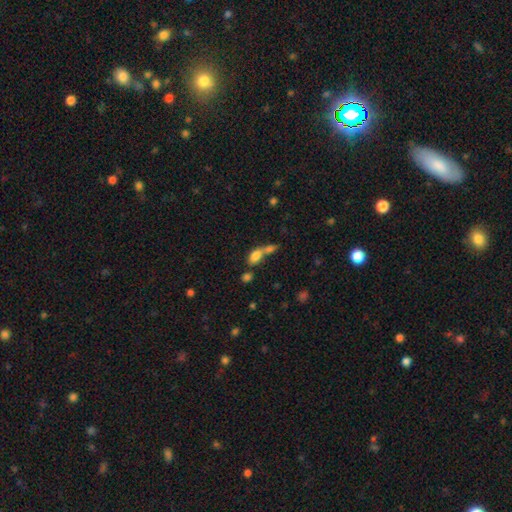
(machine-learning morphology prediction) Smooth or featured?
  - smooth: 77% *
  - featured or disk: 12%
  - star or artifact: 11%
How rounded?
  - in between: 82% *
  - round: 11%
  - cigar-shaped: 7%
Merging?
  - merger: 63% *
  - none: 23%
  - minor disturbance: 8%
  - major disturbance: 6%